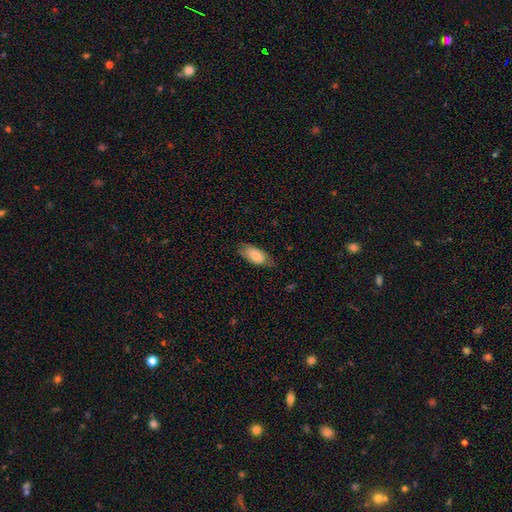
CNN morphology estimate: The model was most divided on "merging": none: 69%, minor disturbance: 24%, major disturbance: 6%, merger: 1%. More confident: how rounded — in between (90%); smooth or featured — smooth (81%).